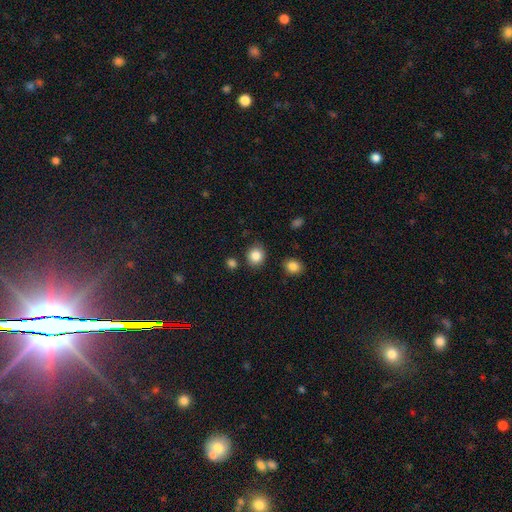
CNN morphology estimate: smooth-or-featured: smooth: 86% | star or artifact: 10% | featured or disk: 4%
  how-rounded: round: 80% | in between: 19% | cigar-shaped: 1%
  merging: none: 85% | minor disturbance: 8% | merger: 4% | major disturbance: 3%